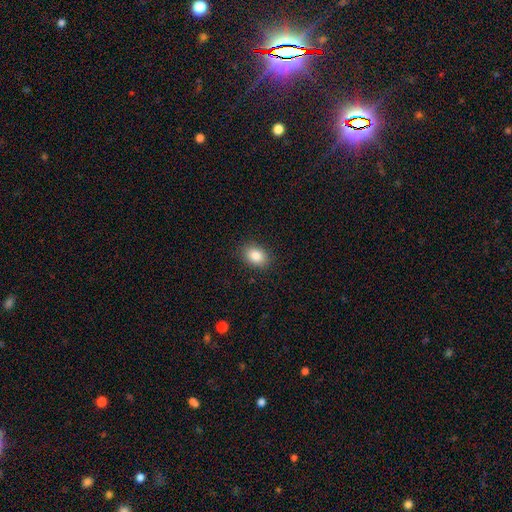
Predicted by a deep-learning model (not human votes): smooth_or_featured: smooth (p=0.86) [alt: star or artifact p=0.08]
how_rounded: in between (p=0.77) [alt: round p=0.22]
merging: none (p=0.88) [alt: minor disturbance p=0.09]